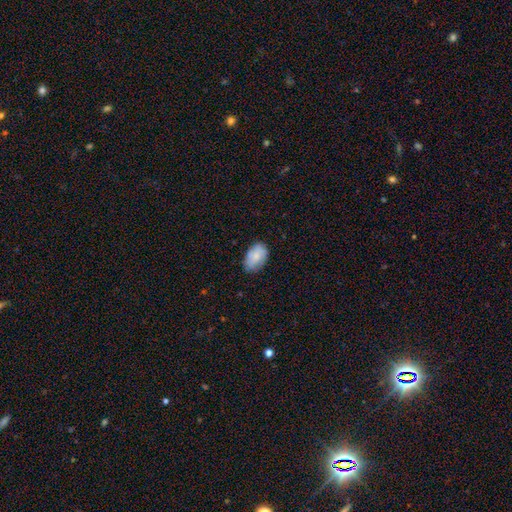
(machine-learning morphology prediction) Smooth or featured?
  - smooth: 79% *
  - featured or disk: 14%
  - star or artifact: 7%
How rounded?
  - in between: 90% *
  - round: 8%
  - cigar-shaped: 1%
Merging?
  - none: 76% *
  - minor disturbance: 20%
  - major disturbance: 4%
  - merger: 1%